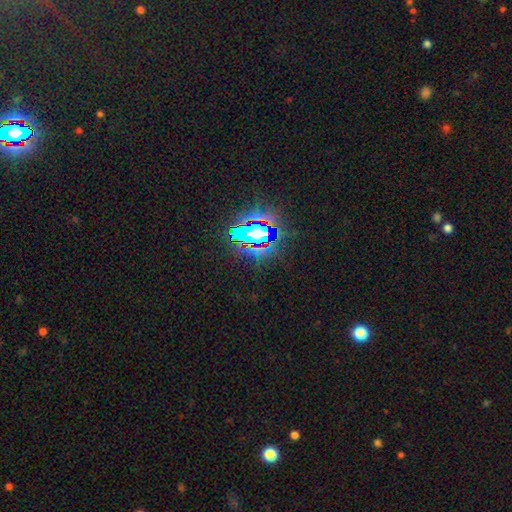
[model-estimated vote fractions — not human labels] This appears to be a star or artifact, not a galaxy (81%).